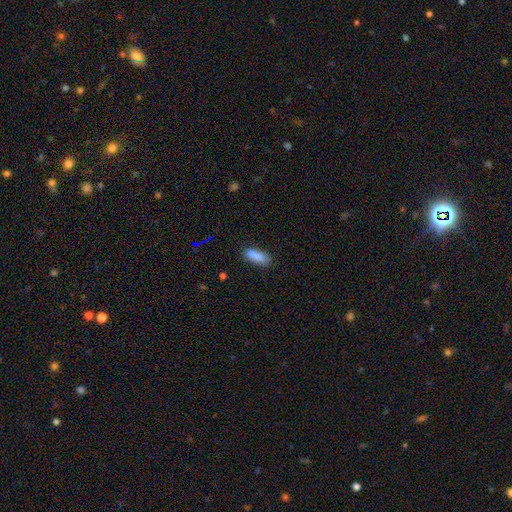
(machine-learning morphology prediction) smooth 84%, star or artifact 9%, featured or disk 7%. Down the decision tree: how rounded — in between (65%); merging — none (69%).